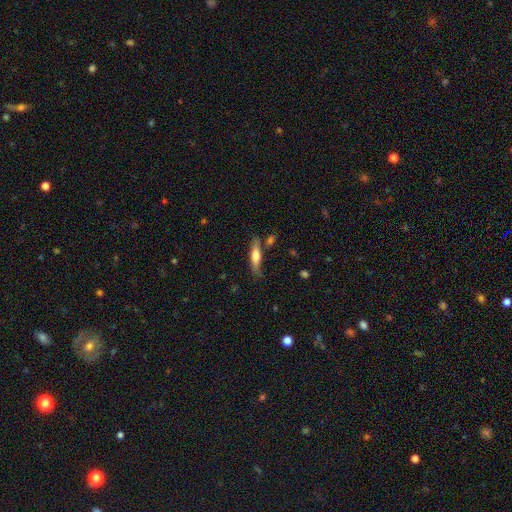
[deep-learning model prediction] This is possibly a smooth galaxy (53%). How rounded: likely cigar-shaped (75%). Merging: likely none (74%).